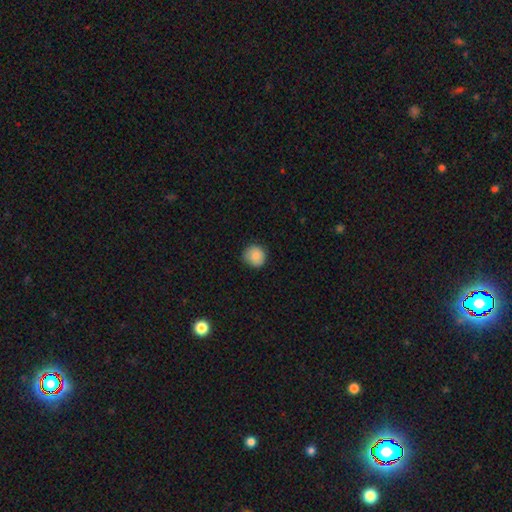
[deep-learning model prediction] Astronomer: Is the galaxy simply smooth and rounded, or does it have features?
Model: smooth — 86%.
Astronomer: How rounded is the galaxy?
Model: round — 89%.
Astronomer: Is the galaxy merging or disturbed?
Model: none — 81%.